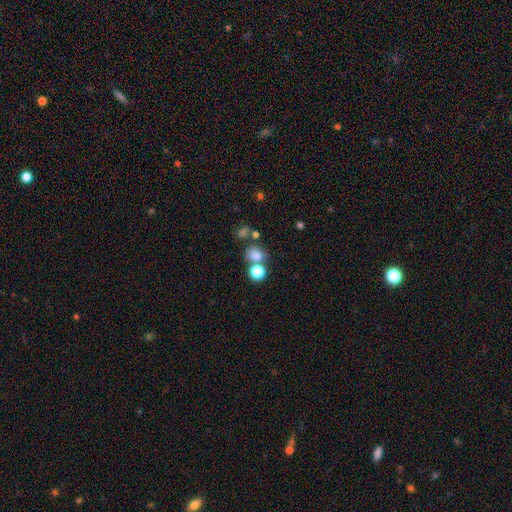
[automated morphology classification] Q: Smooth or featured?
A: smooth (75%); runner-up: star or artifact (17%)
Q: How rounded?
A: round (61%); runner-up: in between (37%)
Q: Merging?
A: none (54%); runner-up: merger (29%)